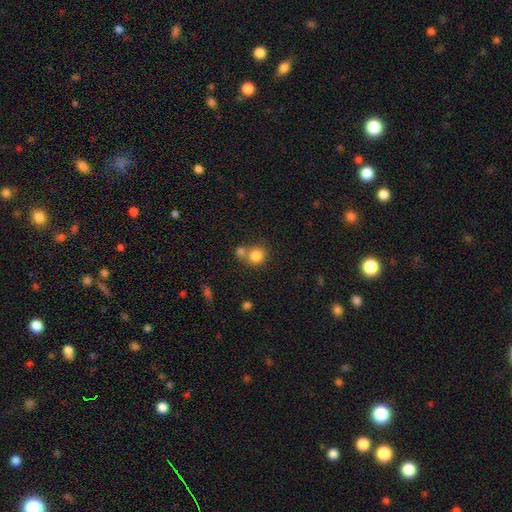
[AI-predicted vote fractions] Morphology: type=smooth (82%); roundness=round (86%); merging=none (48%).